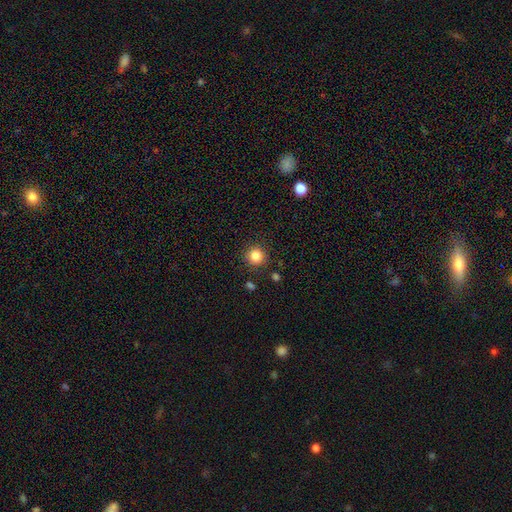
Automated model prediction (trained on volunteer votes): This appears to be a smooth galaxy with no disk features (84%) that is round (93%). Merging: none (89%).